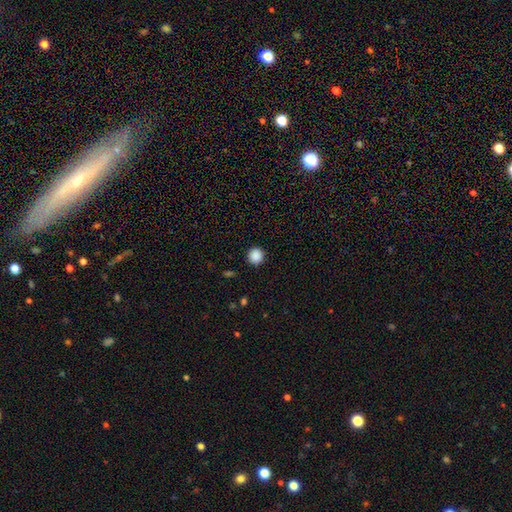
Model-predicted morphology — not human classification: Overall: smooth (88%). How rounded: round (94%). Merging: none (93%).